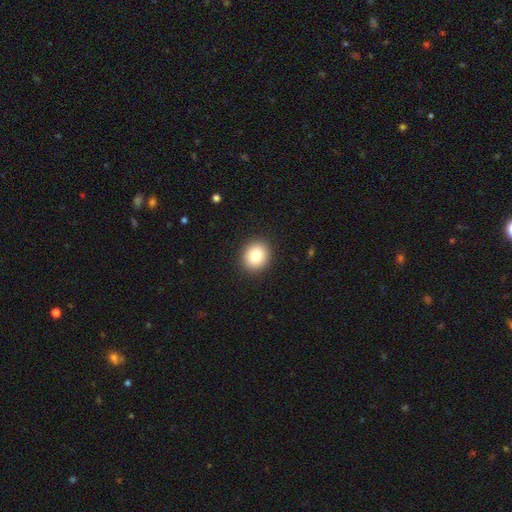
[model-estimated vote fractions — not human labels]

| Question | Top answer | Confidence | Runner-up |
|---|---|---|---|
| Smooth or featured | smooth | 82% | star or artifact (9%) |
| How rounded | round | 75% | in between (25%) |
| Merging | none | 91% | minor disturbance (6%) |